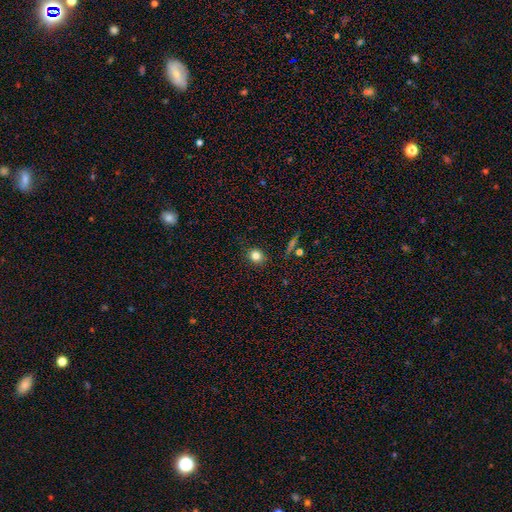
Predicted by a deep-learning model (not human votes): Smooth or featured: smooth — 80% (star or artifact — 13%)
How rounded: round — 83% (in between — 16%)
Merging: none — 89% (minor disturbance — 8%)